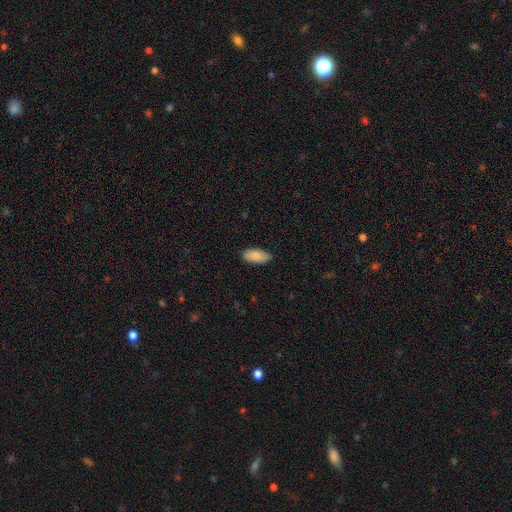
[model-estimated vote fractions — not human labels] Morphology: type=smooth (88%); roundness=in between (91%); merging=none (83%).